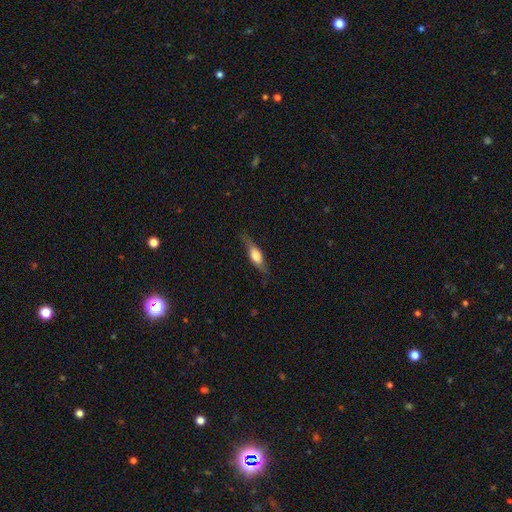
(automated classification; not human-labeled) Smooth or featured?
  - featured or disk: 47% * (tied)
  - smooth: 47% * (tied)
  - star or artifact: 7%
Merging?
  - none: 74% *
  - minor disturbance: 19%
  - major disturbance: 5%
  - merger: 1%